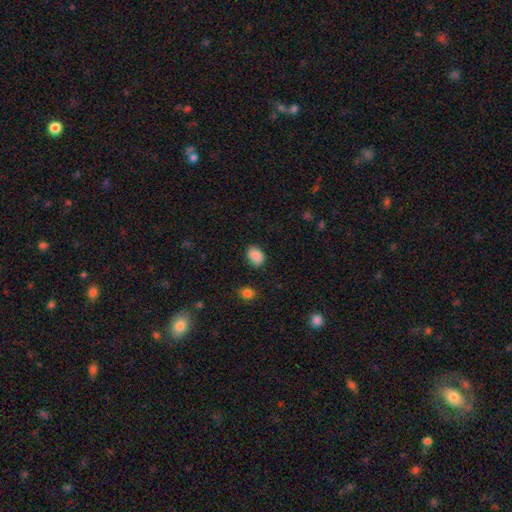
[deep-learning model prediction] Smooth or featured: smooth — 87% (star or artifact — 8%)
How rounded: in between — 72% (round — 27%)
Merging: none — 80% (minor disturbance — 15%)